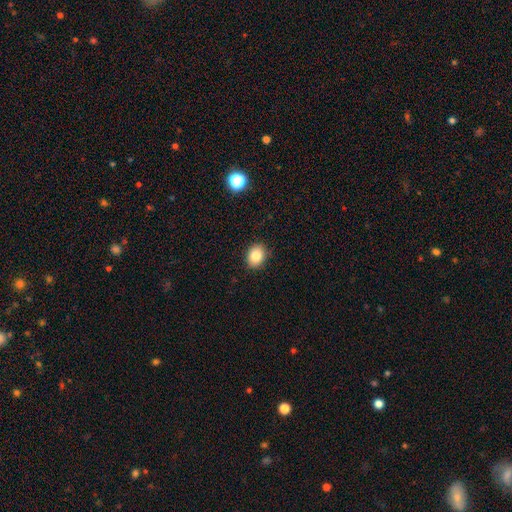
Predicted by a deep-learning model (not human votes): Smooth or featured: smooth — 83% (star or artifact — 9%)
How rounded: in between — 59% (round — 40%)
Merging: none — 89% (minor disturbance — 8%)